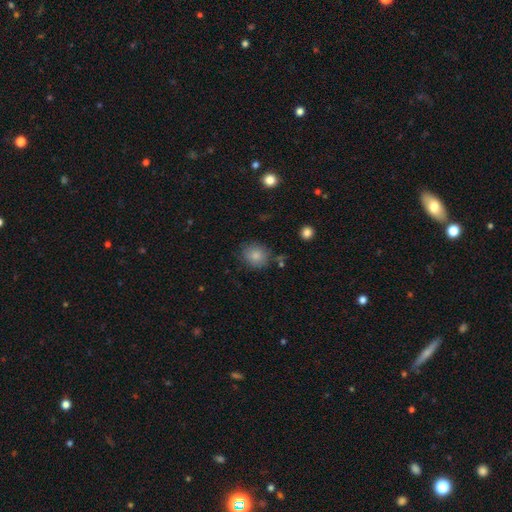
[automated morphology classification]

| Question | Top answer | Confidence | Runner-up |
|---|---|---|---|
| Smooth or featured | smooth | 84% | star or artifact (9%) |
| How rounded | round | 81% | in between (18%) |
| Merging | none | 78% | minor disturbance (14%) |